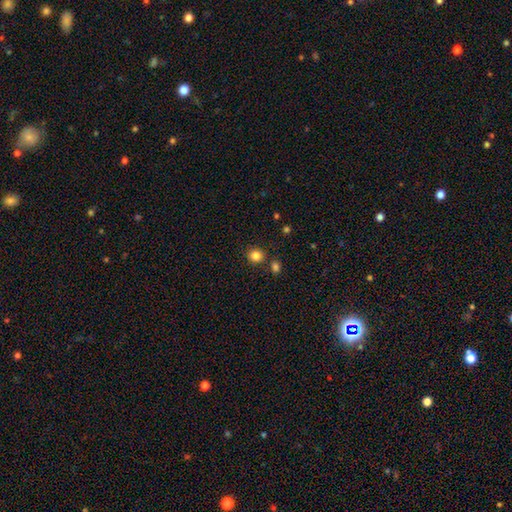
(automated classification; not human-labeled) smooth 84%, star or artifact 12%, featured or disk 4%. Down the decision tree: how rounded — round (87%); merging — none (83%).